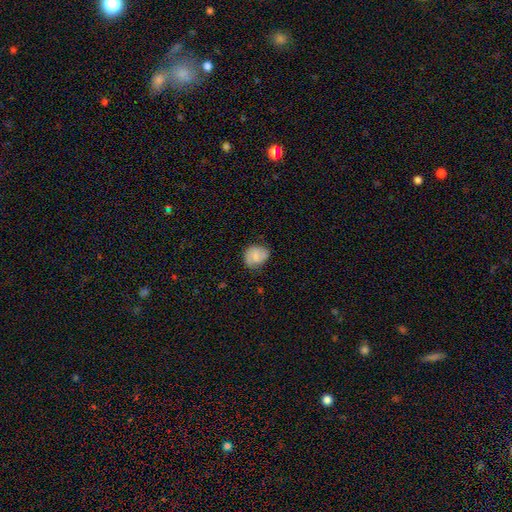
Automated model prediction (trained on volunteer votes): Smooth or featured: smooth — 58% (featured or disk — 35%)
How rounded: round — 62% (in between — 37%)
Merging: none — 68% (minor disturbance — 25%)